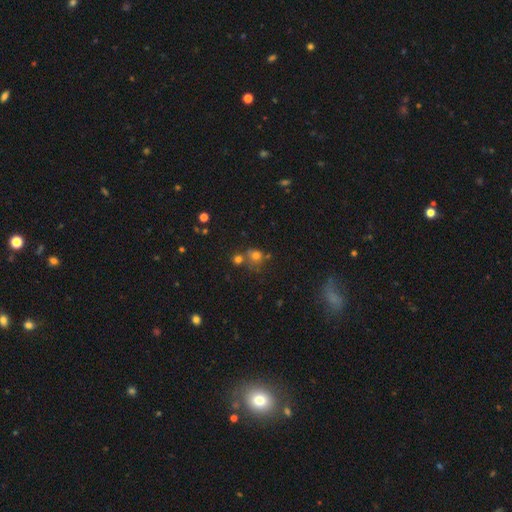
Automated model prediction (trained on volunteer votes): The model was most divided on "merging": none: 53%, merger: 30%, minor disturbance: 11%, major disturbance: 6%. More confident: how rounded — round (83%); smooth or featured — smooth (67%).